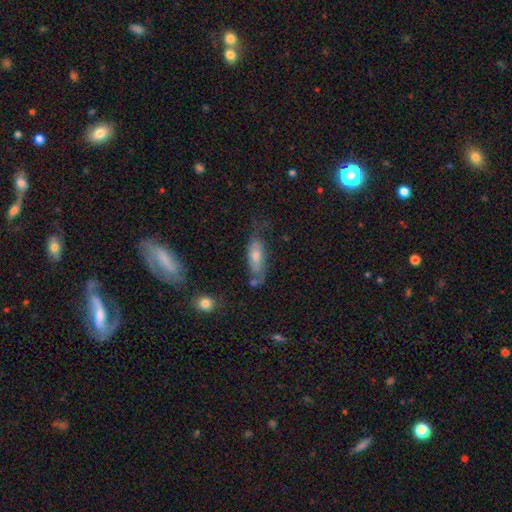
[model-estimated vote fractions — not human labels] smooth_or_featured: smooth (p=0.46) [alt: featured or disk p=0.44]
merging: none (p=0.52) [alt: minor disturbance p=0.27]